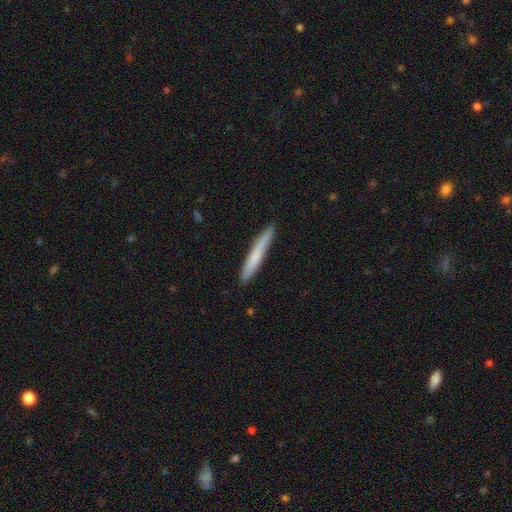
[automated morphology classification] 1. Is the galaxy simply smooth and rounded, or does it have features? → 67% smooth, 27% featured or disk, 6% star or artifact.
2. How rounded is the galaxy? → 96% cigar-shaped, 3% in between, 1% round.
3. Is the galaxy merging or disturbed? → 89% none, 9% minor disturbance, 1% major disturbance, 1% merger.